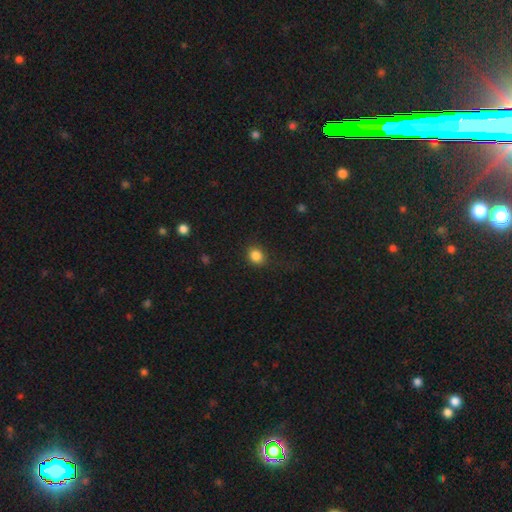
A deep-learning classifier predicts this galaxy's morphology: Smooth or featured? Predicted: smooth (p=0.85). How rounded? Predicted: round (p=0.69). Merging? Predicted: none (p=0.82).